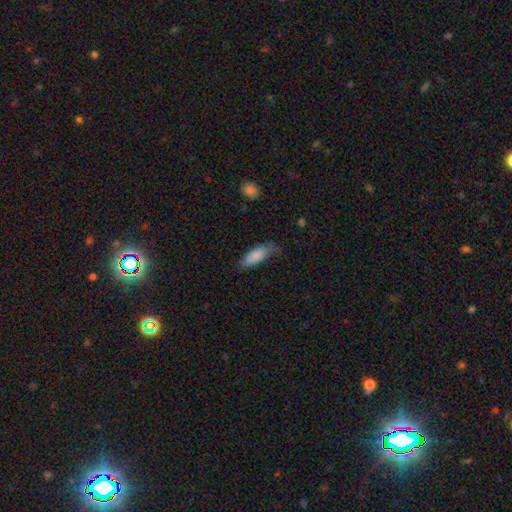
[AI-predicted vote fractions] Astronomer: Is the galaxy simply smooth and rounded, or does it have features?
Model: smooth — 83%.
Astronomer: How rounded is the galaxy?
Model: in between — 70%.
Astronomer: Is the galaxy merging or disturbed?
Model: none — 58%.